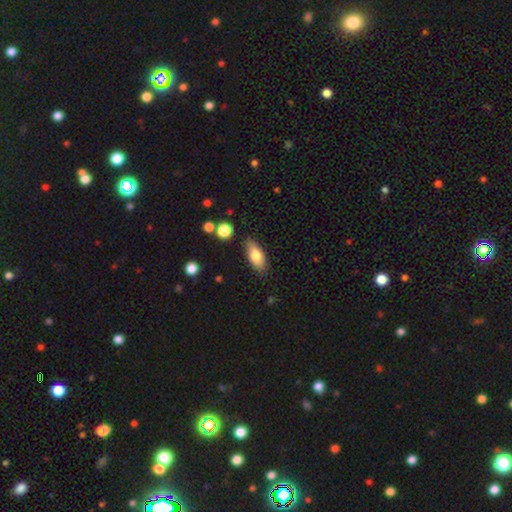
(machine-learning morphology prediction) type=smooth (78%); roundness=in between (81%); merging=none (82%).